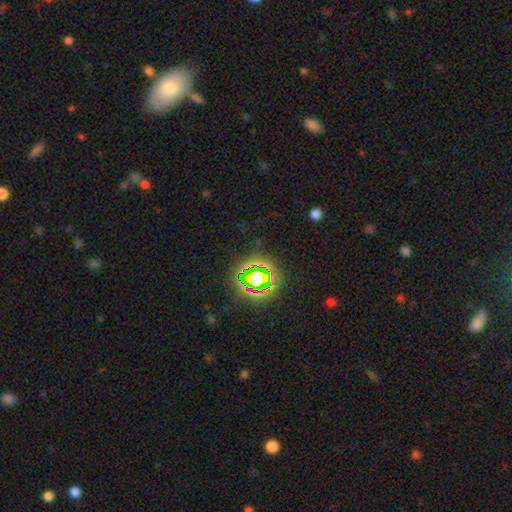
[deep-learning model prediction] A star or artifact, not a galaxy (77%).

Vote fractions:
- Smooth or featured? star or artifact: 77% / smooth: 14% / featured or disk: 9%